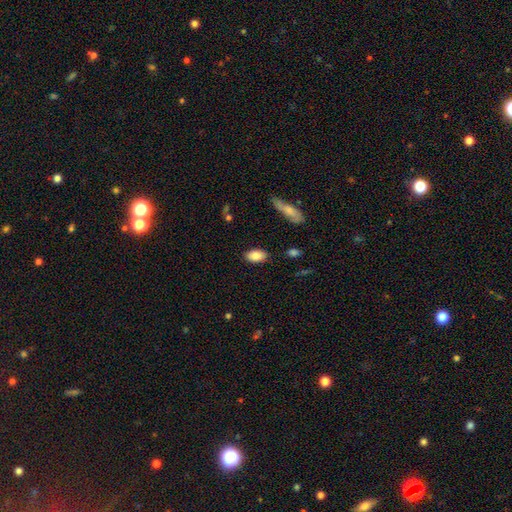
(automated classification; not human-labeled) Overall: smooth (85%). How rounded: in between (92%). Merging: none (85%).